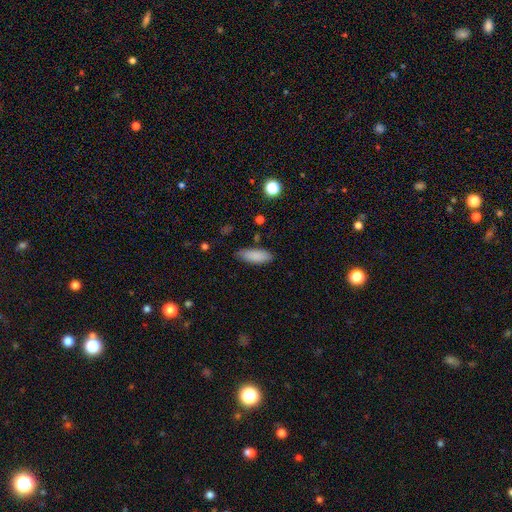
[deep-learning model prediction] smooth_or_featured: smooth (p=0.87) [alt: star or artifact p=0.07]
how_rounded: in between (p=0.69) [alt: cigar-shaped p=0.30]
merging: none (p=0.80) [alt: minor disturbance p=0.15]